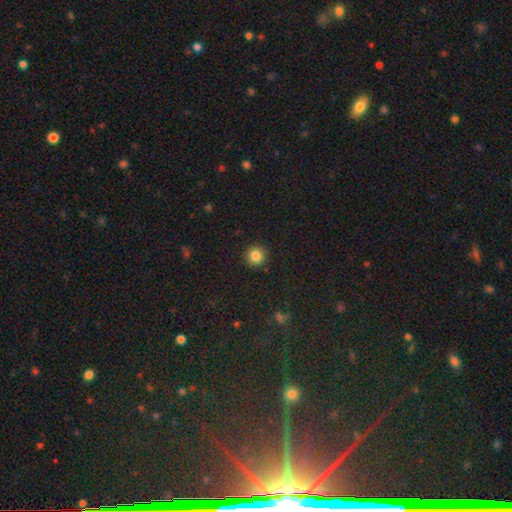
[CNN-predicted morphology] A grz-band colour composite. It shows a smooth galaxy with no disk features (85%) that is round (94%). Merging: none (92%).